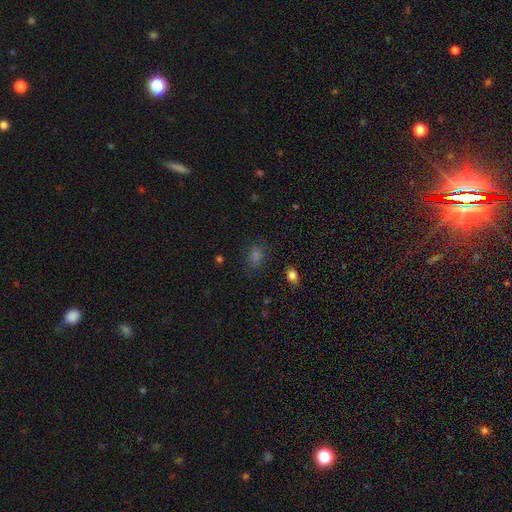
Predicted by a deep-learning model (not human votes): The model was most divided on "how rounded": in between: 63%, round: 36%, cigar-shaped: 2%. More confident: merging — none (80%); smooth or featured — smooth (61%).